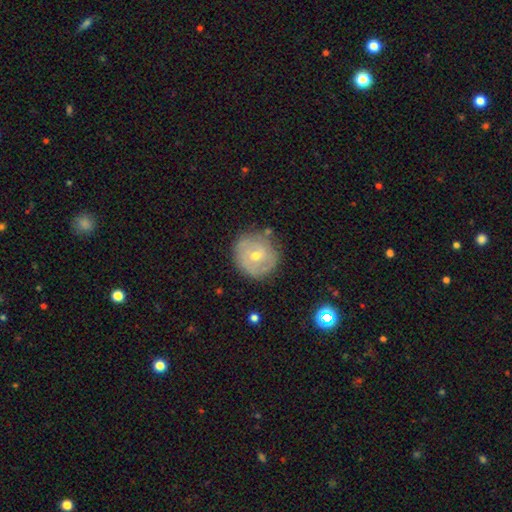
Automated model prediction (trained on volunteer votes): Q: Smooth or featured?
A: featured or disk (60%); runner-up: smooth (32%)
Q: Edge-on disk?
A: no (97%); runner-up: yes (3%)
Q: Bar?
A: no (66%); runner-up: weak (28%)
Q: Spiral arms?
A: yes (69%); runner-up: no (31%)
Q: Bulge size?
A: moderate (54%); runner-up: small (43%)
Q: Merging?
A: none (77%); runner-up: minor disturbance (16%)